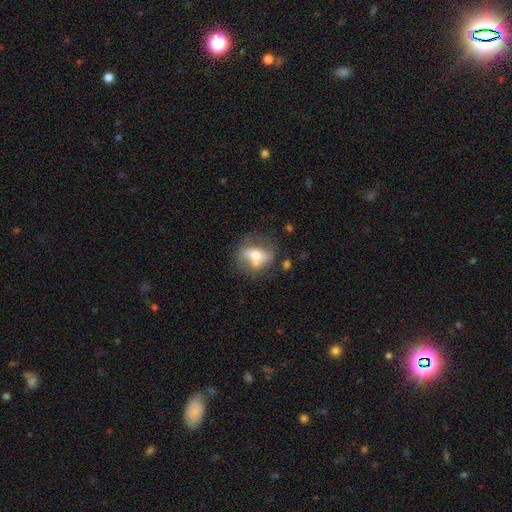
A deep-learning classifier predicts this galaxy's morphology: Smooth or featured? featured or disk (46%)
Merging? none (56%)